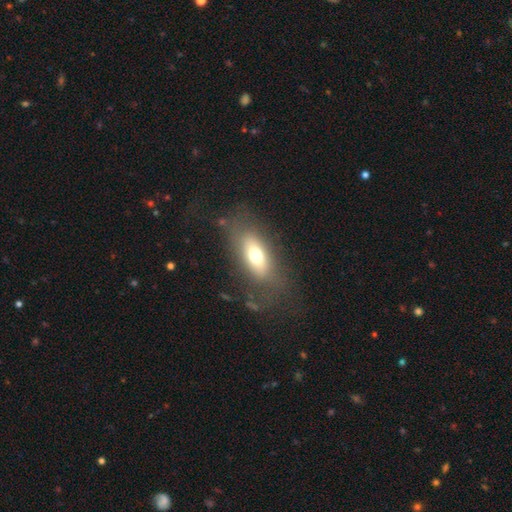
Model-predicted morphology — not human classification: smooth-or-featured: smooth: 65% | featured or disk: 26% | star or artifact: 9%
  how-rounded: in between: 78% | cigar-shaped: 16% | round: 6%
  merging: none: 72% | minor disturbance: 15% | major disturbance: 10% | merger: 2%